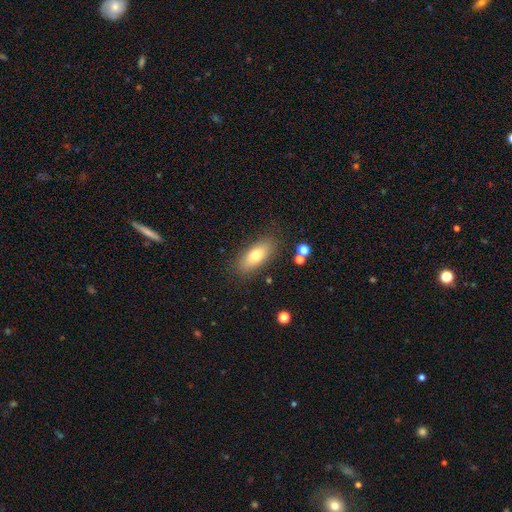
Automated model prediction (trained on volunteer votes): Morphology: type=smooth (72%); roundness=in between (77%); merging=none (84%).